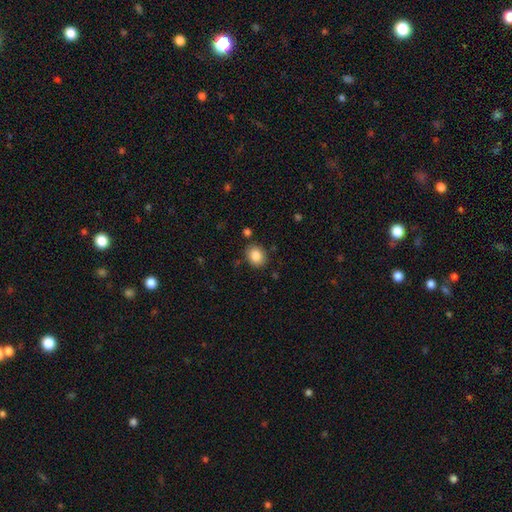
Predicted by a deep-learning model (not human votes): Morphology: type=smooth (85%); roundness=round (55%); merging=none (85%).